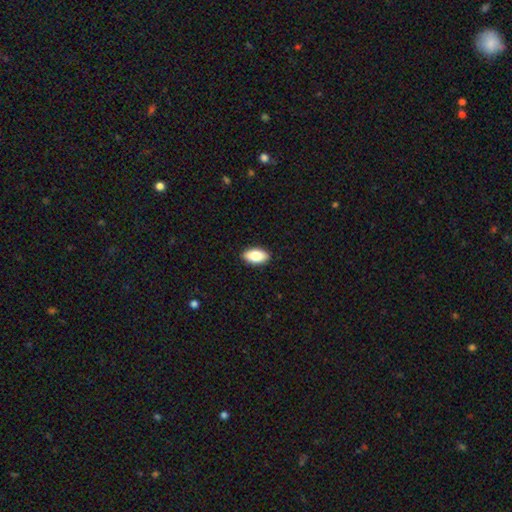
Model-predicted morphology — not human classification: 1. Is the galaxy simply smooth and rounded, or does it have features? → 84% smooth, 10% featured or disk, 7% star or artifact.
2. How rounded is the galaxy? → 93% in between, 4% round, 3% cigar-shaped.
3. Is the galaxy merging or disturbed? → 91% none, 7% minor disturbance, 2% major disturbance, 1% merger.